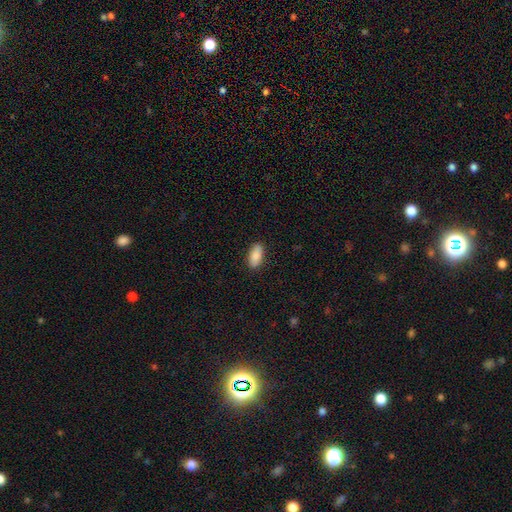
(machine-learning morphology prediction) Smooth or featured: smooth — 87% (star or artifact — 6%)
How rounded: in between — 87% (cigar-shaped — 11%)
Merging: none — 88% (minor disturbance — 9%)